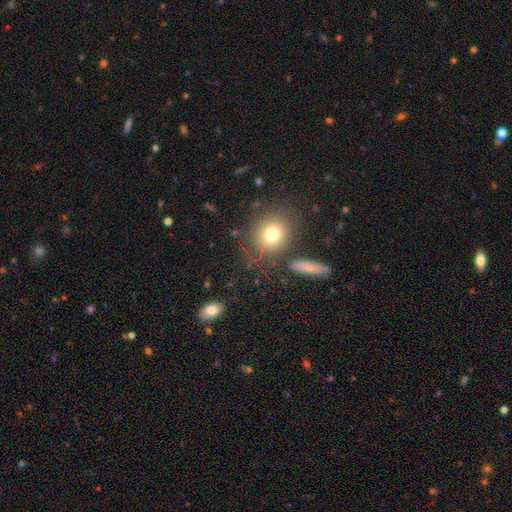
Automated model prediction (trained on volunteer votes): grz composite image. It shows a smooth galaxy with no disk features (60%) that is round (66%). Merging: none (74%).